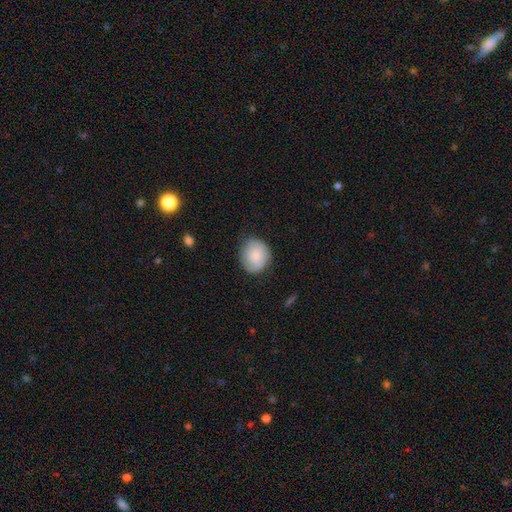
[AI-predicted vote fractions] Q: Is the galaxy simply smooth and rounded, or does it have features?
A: smooth — 70%.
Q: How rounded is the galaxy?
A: round — 74%.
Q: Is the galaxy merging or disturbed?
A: none — 74%.